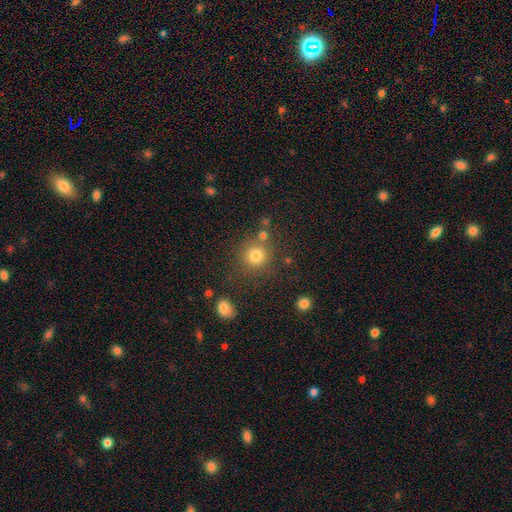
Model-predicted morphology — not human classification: type=smooth (80%); roundness=round (91%); merging=none (77%).